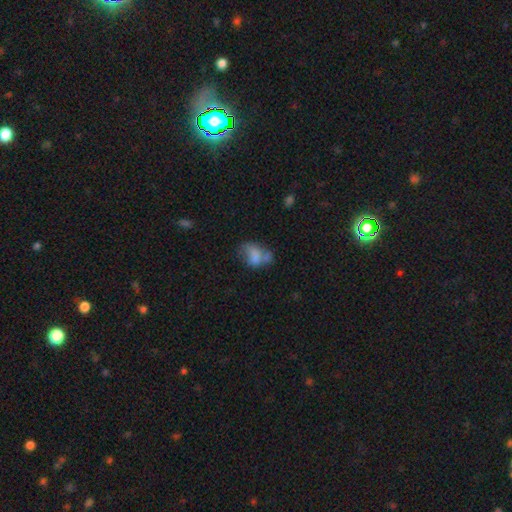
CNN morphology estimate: Smooth or featured? Predicted: smooth (p=0.63). How rounded? Predicted: in between (p=0.80). Merging? Predicted: none (p=0.28).